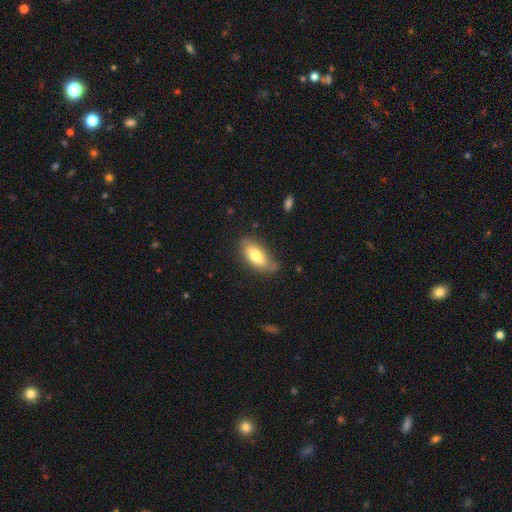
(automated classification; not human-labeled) A smooth galaxy with no disk features (74%) that is in between round and cigar-shaped (86%).

Vote fractions:
- Smooth or featured? smooth: 74% / featured or disk: 19% / star or artifact: 7%
- How rounded? in between: 86% / cigar-shaped: 11% / round: 3%
- Merging? none: 72% / minor disturbance: 22% / major disturbance: 5% / merger: 2%